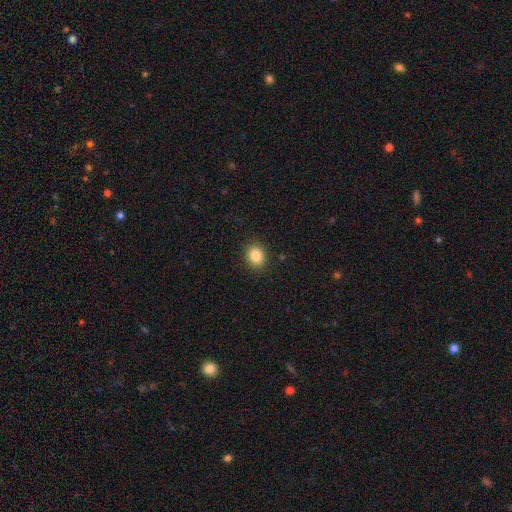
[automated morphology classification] Overall: smooth (86%). How rounded: round (56%; in between 43%). Merging: none (89%).